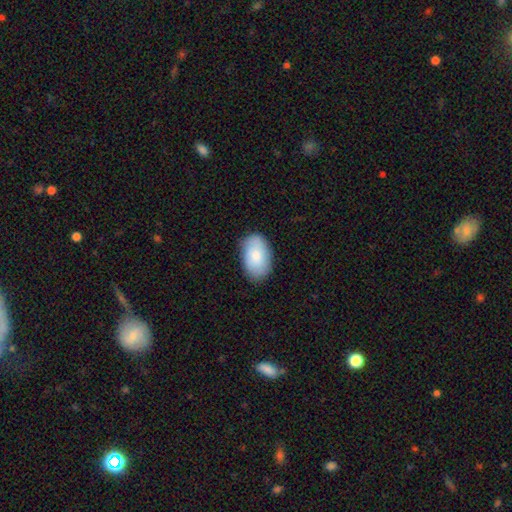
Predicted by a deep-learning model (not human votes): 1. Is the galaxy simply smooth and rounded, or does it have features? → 81% smooth, 13% featured or disk, 6% star or artifact.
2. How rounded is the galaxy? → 93% in between, 6% round, 1% cigar-shaped.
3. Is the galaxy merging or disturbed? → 82% none, 14% minor disturbance, 3% major disturbance, 1% merger.